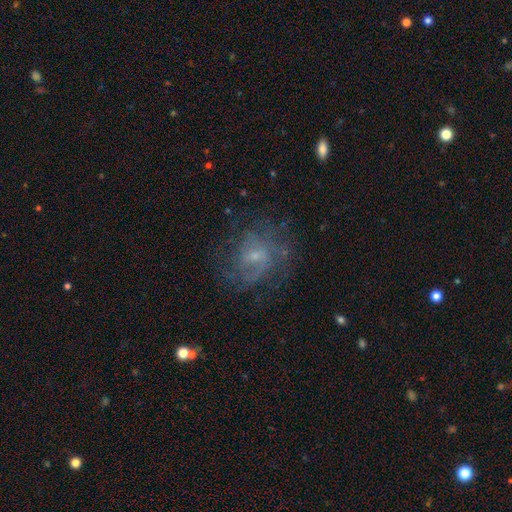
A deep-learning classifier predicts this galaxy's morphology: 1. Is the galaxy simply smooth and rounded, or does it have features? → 68% featured or disk, 20% smooth, 12% star or artifact.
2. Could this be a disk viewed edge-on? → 97% no, 3% yes.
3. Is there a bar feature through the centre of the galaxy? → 47% no, 46% weak, 7% strong.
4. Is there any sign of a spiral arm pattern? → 78% yes, 22% no.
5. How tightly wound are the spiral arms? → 43% medium, 32% tight, 25% loose.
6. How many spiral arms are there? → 46% can't tell, 24% 2, 12% 3, 8% 1, 6% 4, 4% more than 4.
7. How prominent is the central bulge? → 68% small, 20% moderate, 9% none, 1% large, 1% dominant.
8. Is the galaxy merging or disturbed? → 61% none, 19% minor disturbance, 18% major disturbance, 2% merger.